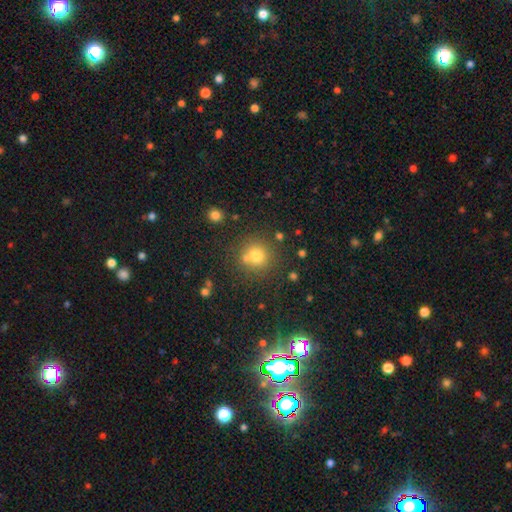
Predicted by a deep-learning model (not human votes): Smooth or featured? smooth (70%)
How rounded? round (91%)
Merging? none (69%)